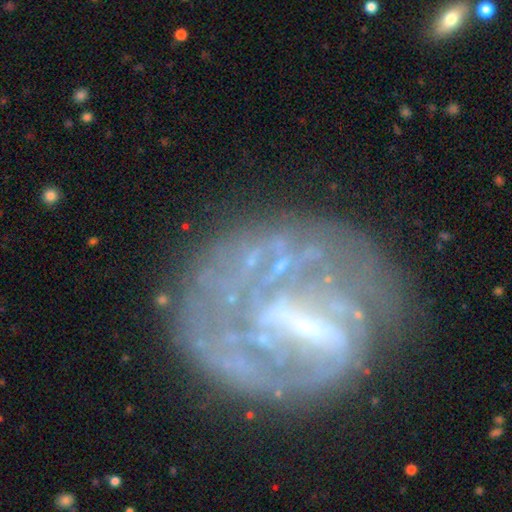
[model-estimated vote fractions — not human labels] featured or disk 76%, smooth 15%, star or artifact 10%. Down the decision tree: edge-on disk — no (97%); bar — strong (42%); spiral arms — yes (56%); bulge size — small (52%); merging — none (51%).